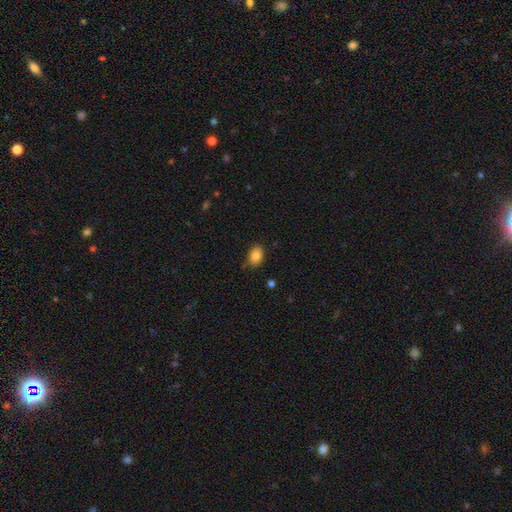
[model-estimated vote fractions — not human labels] Overall: smooth (85%). How rounded: in between (80%). Merging: none (80%).